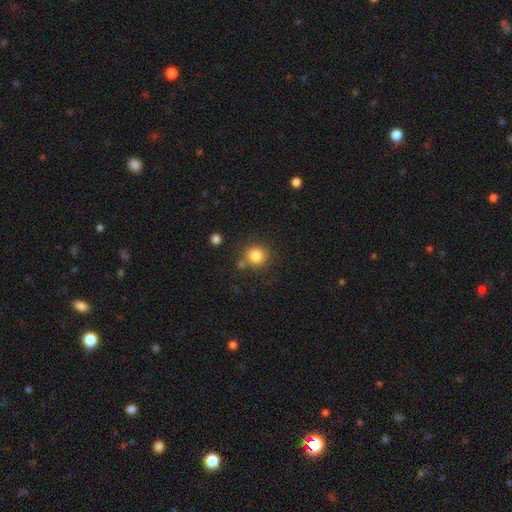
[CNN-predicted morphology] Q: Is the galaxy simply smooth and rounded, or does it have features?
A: smooth — 83%.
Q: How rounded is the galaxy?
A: round — 90%.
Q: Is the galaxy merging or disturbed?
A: none — 78%.